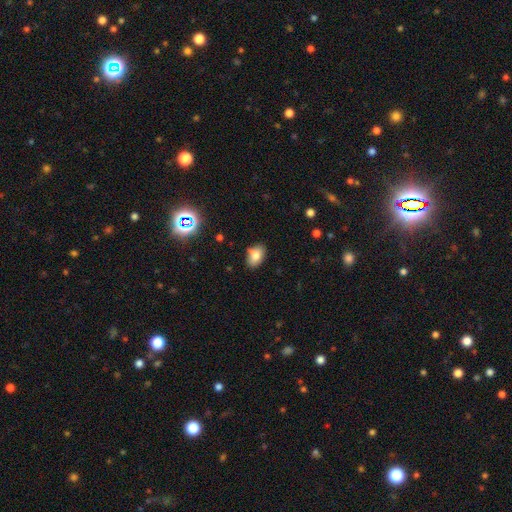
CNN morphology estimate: This appears to be a smooth galaxy with no disk features (79%) that is in between round and cigar-shaped (85%). Merging: none (72%).